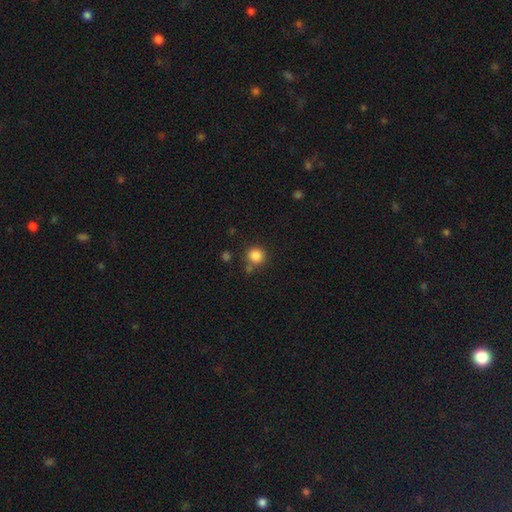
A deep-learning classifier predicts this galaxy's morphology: Smooth or featured?
  - smooth: 85% *
  - star or artifact: 11%
  - featured or disk: 4%
How rounded?
  - round: 91% *
  - in between: 8%
  - cigar-shaped: 1%
Merging?
  - none: 76% *
  - minor disturbance: 11%
  - merger: 10%
  - major disturbance: 4%